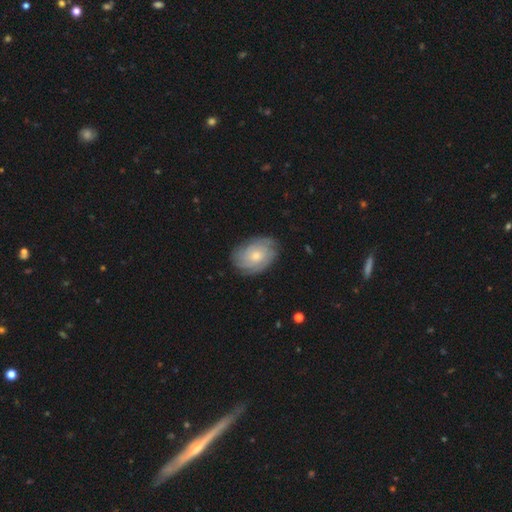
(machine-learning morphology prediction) type=featured or disk (62%); edge-on=no (96%); bar=no (80%); spiral arms=yes (88%); winding=tight (70%); arm count=can't tell (51%); bulge=small (53%); merging=none (79%).